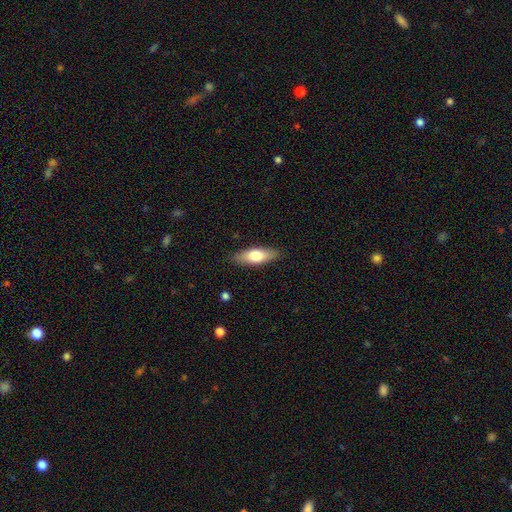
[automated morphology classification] A smooth galaxy with no disk features (69%) that is in between round and cigar-shaped (63%). Merging: none (87%).